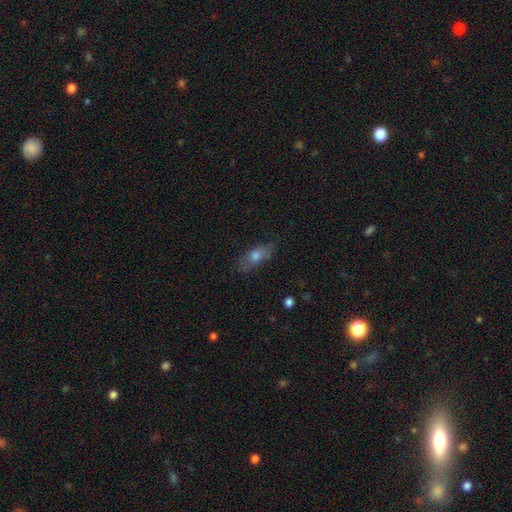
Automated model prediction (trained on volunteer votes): smooth_or_featured: smooth (p=0.69) [alt: featured or disk p=0.22]
how_rounded: in between (p=0.71) [alt: cigar-shaped p=0.23]
merging: none (p=0.73) [alt: minor disturbance p=0.20]